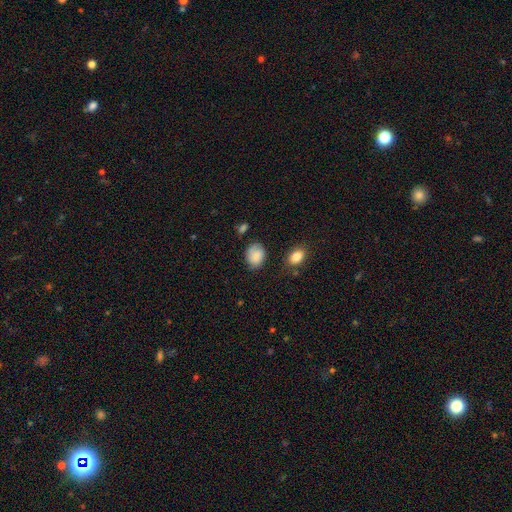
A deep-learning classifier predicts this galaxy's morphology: Smooth or featured? Predicted: smooth (p=0.78). How rounded? Predicted: in between (p=0.64). Merging? Predicted: none (p=0.65).